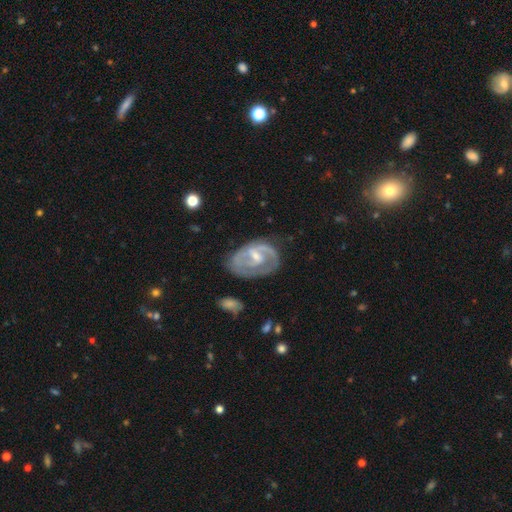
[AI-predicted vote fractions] This is likely a featured or disk galaxy (77%). It is clearly not viewed edge-on (96%). Bar: possibly weak (50%). Spiral arm pattern: clearly yes (81%). Spiral arm count: possibly 2 (46%). Spiral winding: marginally tight (44%). Central bulge: possibly small (47%). Merging: possibly none (55%).